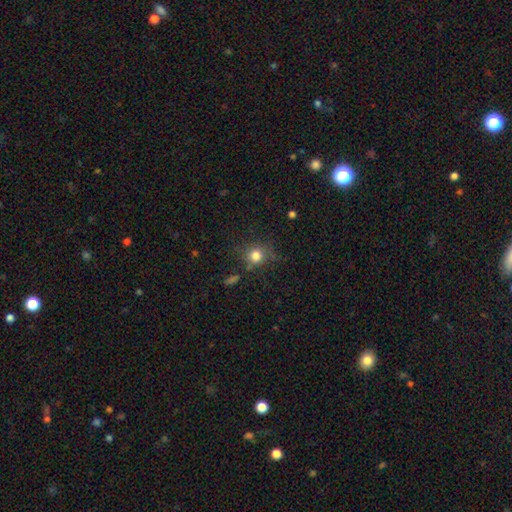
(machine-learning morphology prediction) This is likely a smooth galaxy (79%). How rounded: clearly round (84%). Merging: likely none (74%).